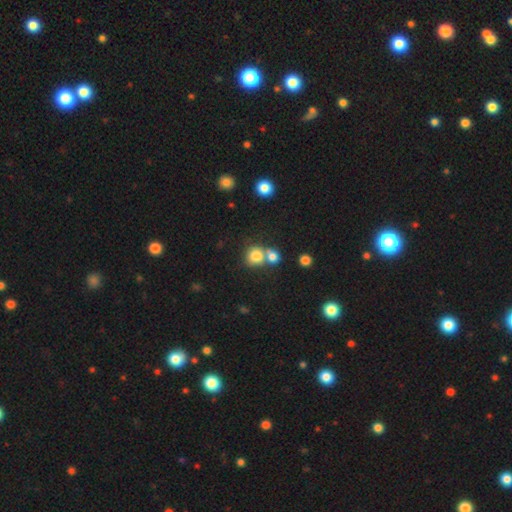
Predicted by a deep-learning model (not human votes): smooth-or-featured: smooth: 79% | star or artifact: 12% | featured or disk: 9%
  how-rounded: round: 80% | in between: 19% | cigar-shaped: 1%
  merging: none: 44% (tied) | merger: 44% (tied) | minor disturbance: 8% | major disturbance: 4%